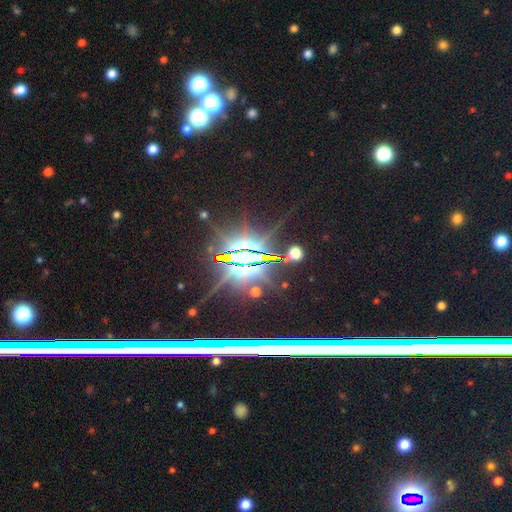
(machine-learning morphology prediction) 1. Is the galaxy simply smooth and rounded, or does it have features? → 79% star or artifact, 11% featured or disk, 10% smooth.